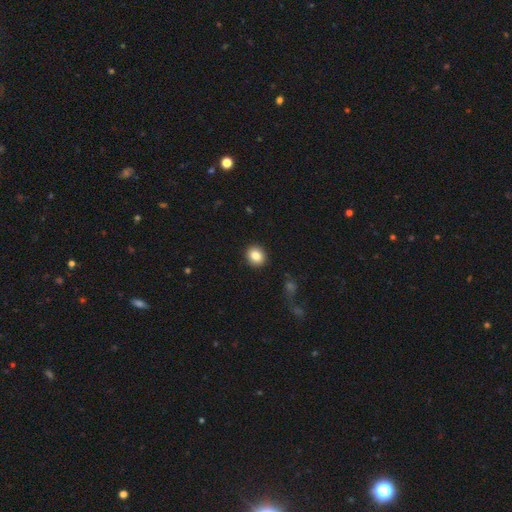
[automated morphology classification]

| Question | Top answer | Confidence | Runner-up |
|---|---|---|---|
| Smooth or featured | smooth | 84% | star or artifact (9%) |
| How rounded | round | 75% | in between (24%) |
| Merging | none | 91% | minor disturbance (6%) |